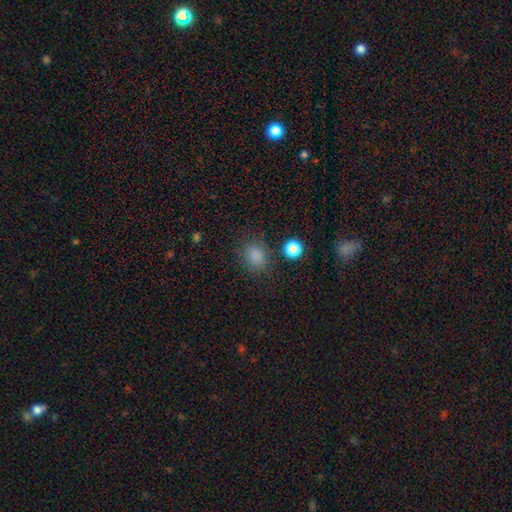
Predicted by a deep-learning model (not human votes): smooth 81%, star or artifact 15%, featured or disk 4%. Down the decision tree: how rounded — round (67%); merging — none (80%).